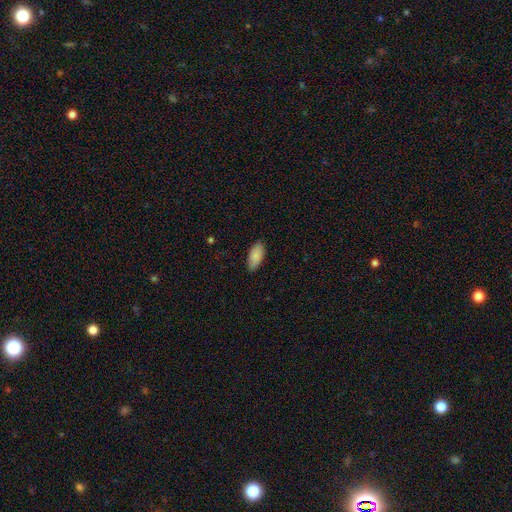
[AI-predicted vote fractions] Morphology: type=smooth (88%); roundness=in between (88%); merging=none (87%).